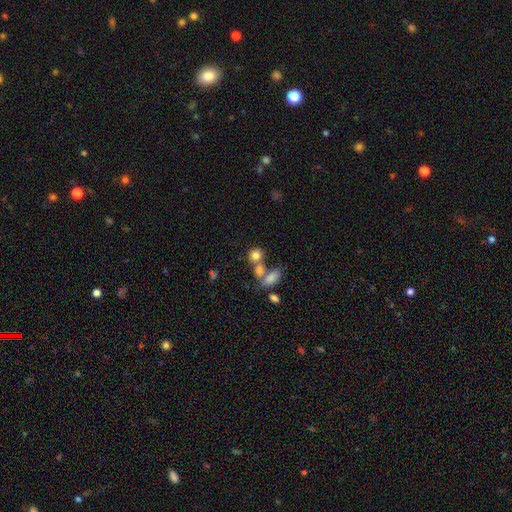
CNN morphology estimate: type=smooth (77%); roundness=round (64%); merging=none (42%).